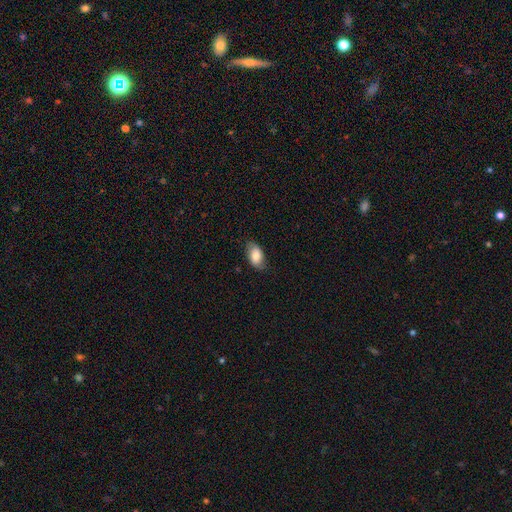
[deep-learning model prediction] The model was most divided on "merging": none: 76%, minor disturbance: 19%, major disturbance: 4%, merger: 1%. More confident: how rounded — in between (92%); smooth or featured — smooth (80%).